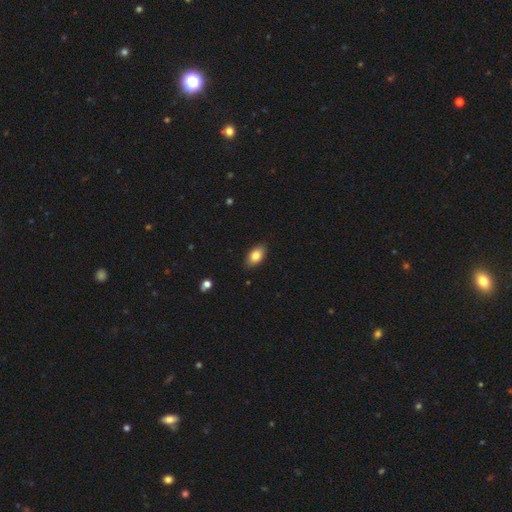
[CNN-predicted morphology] Overall: smooth (84%). How rounded: in between (92%). Merging: none (87%).